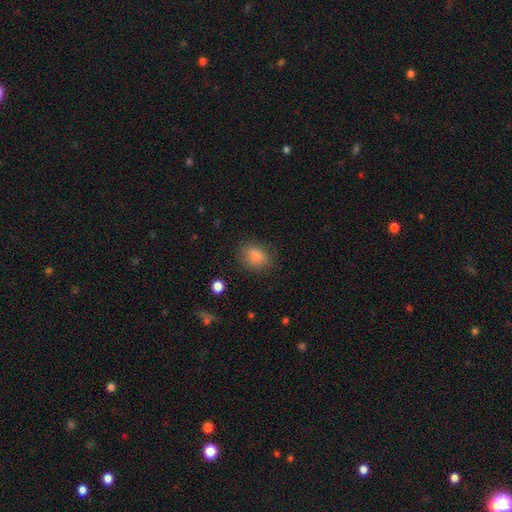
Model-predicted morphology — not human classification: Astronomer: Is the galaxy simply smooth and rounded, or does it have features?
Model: smooth — 85%.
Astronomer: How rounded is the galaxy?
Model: in between — 54% (runner-up: round, 44%).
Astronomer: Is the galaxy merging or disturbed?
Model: none — 82%.